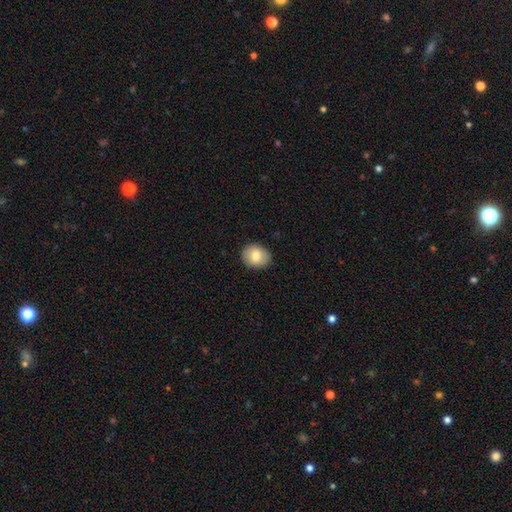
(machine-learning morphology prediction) Q: Smooth or featured?
A: smooth (79%); runner-up: featured or disk (13%)
Q: How rounded?
A: round (59%); runner-up: in between (40%)
Q: Merging?
A: none (88%); runner-up: minor disturbance (9%)